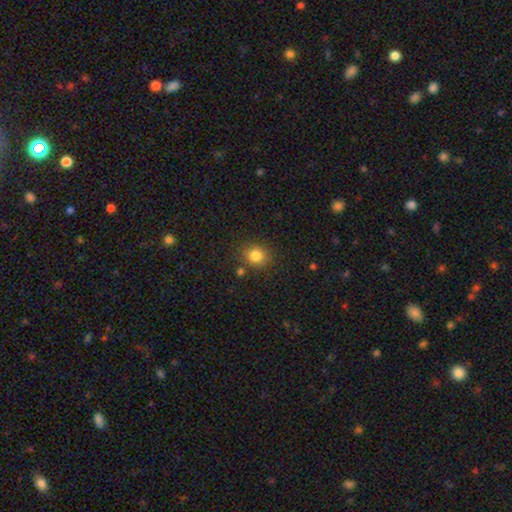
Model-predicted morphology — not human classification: Q: Smooth or featured?
A: smooth (83%); runner-up: star or artifact (12%)
Q: How rounded?
A: round (80%); runner-up: in between (20%)
Q: Merging?
A: none (83%); runner-up: minor disturbance (9%)